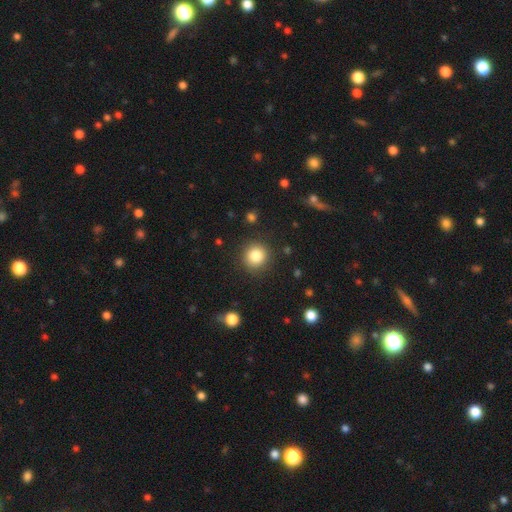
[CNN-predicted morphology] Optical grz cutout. It shows a smooth galaxy with no disk features (84%) that is round (92%). Merging: none (88%).